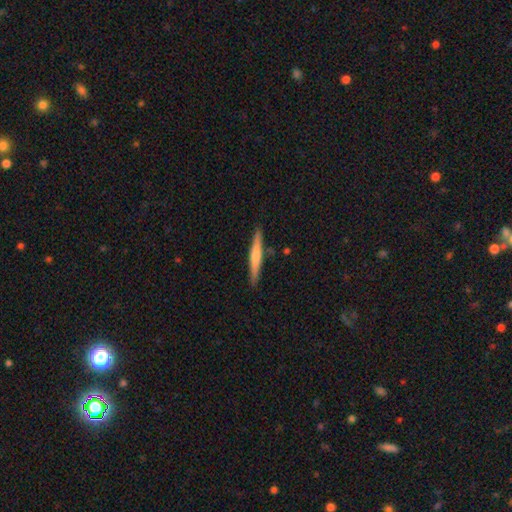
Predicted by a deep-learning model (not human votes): Smooth or featured?
  - smooth: 54% *
  - featured or disk: 41%
  - star or artifact: 5%
How rounded?
  - cigar-shaped: 95% *
  - in between: 3%
  - round: 1%
Merging?
  - none: 88% *
  - minor disturbance: 8%
  - merger: 2%
  - major disturbance: 2%